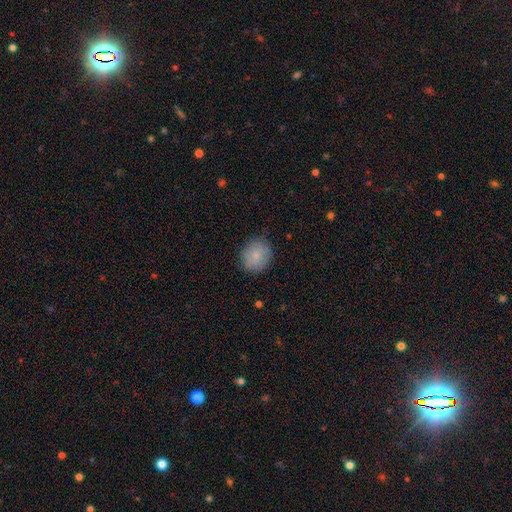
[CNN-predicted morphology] Smooth or featured? smooth (83%)
How rounded? round (68%)
Merging? none (84%)